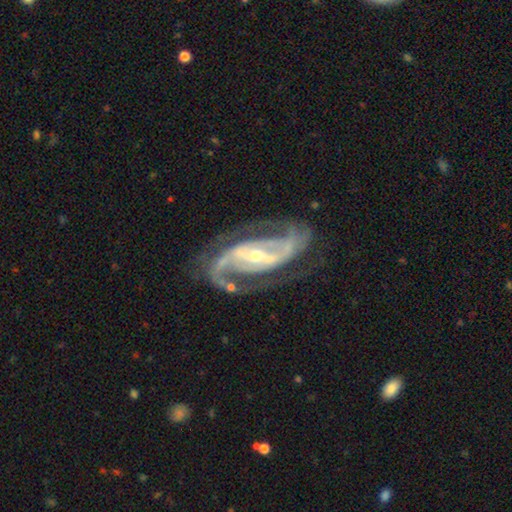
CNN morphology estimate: Smooth or featured?
  - featured or disk: 92% *
  - star or artifact: 5%
  - smooth: 3%
Edge-on disk?
  - no: 96% *
  - yes: 4%
Bar?
  - strong: 56% *
  - weak: 29%
  - no: 15%
Spiral arms?
  - yes: 98% *
  - no: 2%
Spiral winding?
  - medium: 55% *
  - tight: 28%
  - loose: 17%
Spiral arm count?
  - 2: 82% *
  - 3: 8%
  - can't tell: 4%
  - 4: 2%
  - 1: 2%
  - more than 4: 2%
Bulge size?
  - small: 59% *
  - moderate: 37%
  - large: 2%
  - none: 1%
  - dominant: 1%
Merging?
  - none: 71% *
  - minor disturbance: 16%
  - major disturbance: 11%
  - merger: 2%